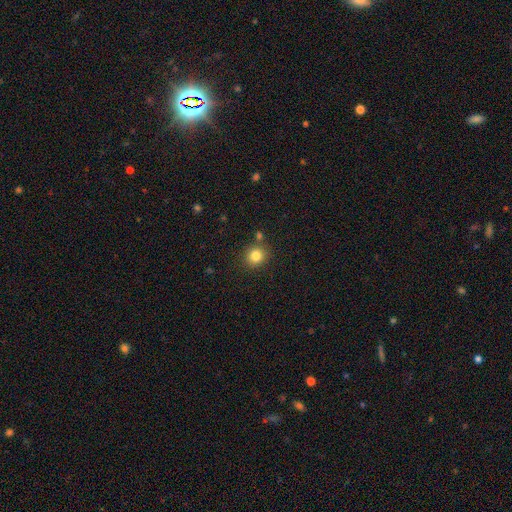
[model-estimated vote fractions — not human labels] A smooth galaxy with no disk features (83%) that is round (86%). Merging: none (80%).